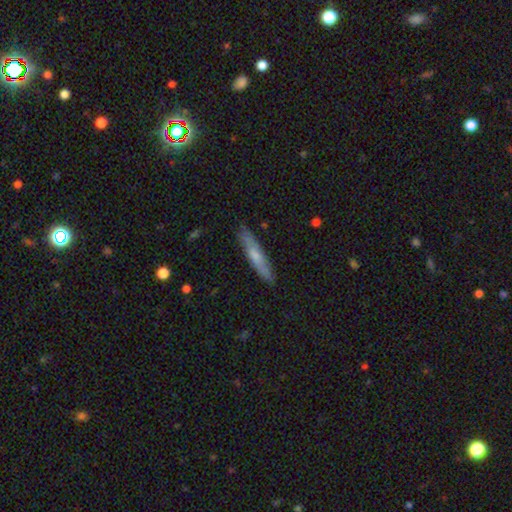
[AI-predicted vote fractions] Overall: smooth (61%; featured or disk 33%). How rounded: cigar-shaped (91%). Merging: none (88%).